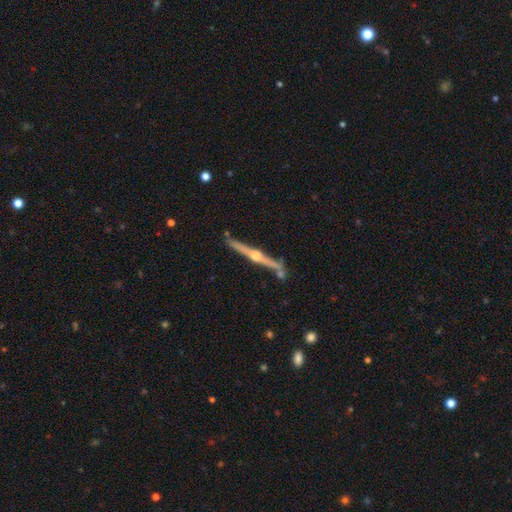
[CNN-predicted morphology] Q: Smooth or featured?
A: featured or disk (86%); runner-up: smooth (9%)
Q: Edge-on disk?
A: yes (98%); runner-up: no (2%)
Q: Edge-on bulge?
A: rounded (93%); runner-up: none (4%)
Q: Merging?
A: none (84%); runner-up: minor disturbance (10%)